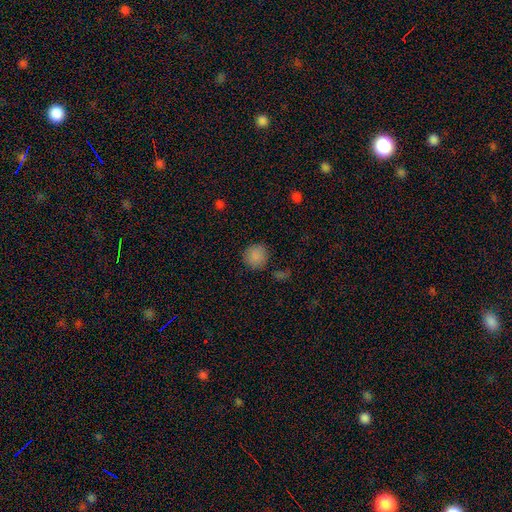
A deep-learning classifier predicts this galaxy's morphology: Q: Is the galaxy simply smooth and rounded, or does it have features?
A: smooth — 86%.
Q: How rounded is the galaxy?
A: round — 91%.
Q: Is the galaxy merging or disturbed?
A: none — 82%.